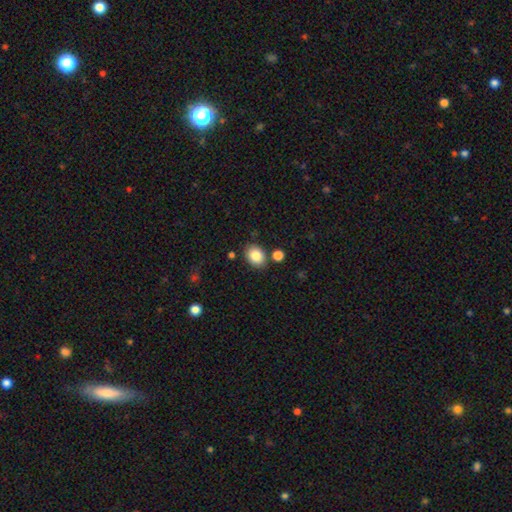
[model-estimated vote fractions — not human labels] Q: Smooth or featured?
A: smooth (85%); runner-up: star or artifact (9%)
Q: How rounded?
A: in between (57%); runner-up: round (42%)
Q: Merging?
A: none (80%); runner-up: minor disturbance (11%)